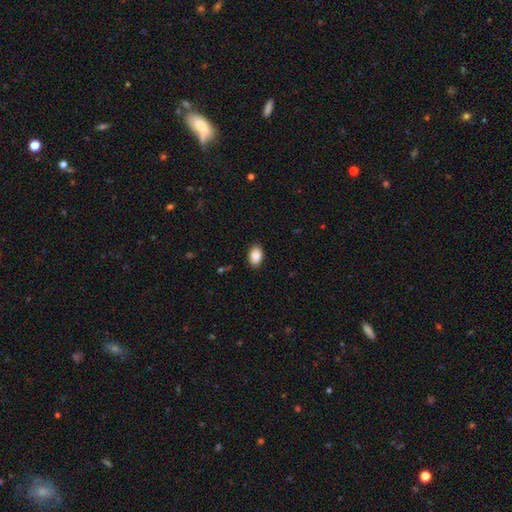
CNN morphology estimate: Smooth or featured?
  - smooth: 87% *
  - star or artifact: 8%
  - featured or disk: 6%
How rounded?
  - in between: 86% *
  - round: 13%
  - cigar-shaped: 1%
Merging?
  - none: 88% *
  - minor disturbance: 9%
  - major disturbance: 2%
  - merger: 1%